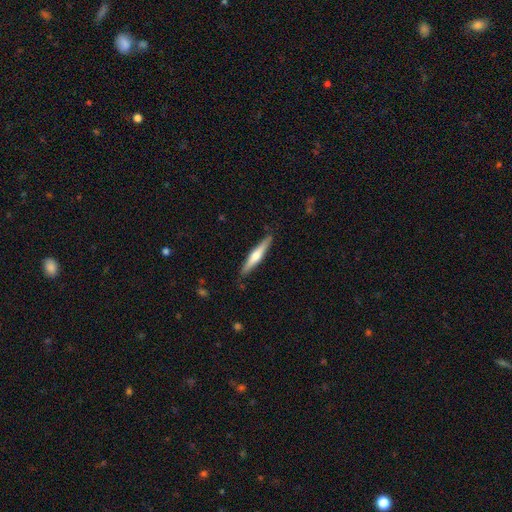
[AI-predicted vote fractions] This is possibly a featured or disk galaxy (52%). It is clearly viewed edge-on (96%). Edge-on bulge: clearly rounded (83%). Merging: clearly none (88%).